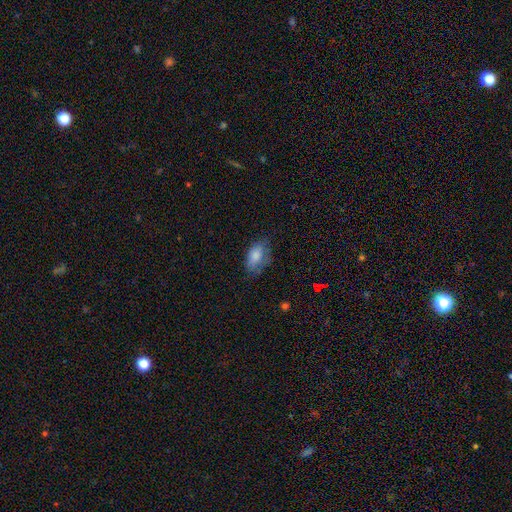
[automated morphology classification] Smooth or featured? Predicted: smooth (p=0.80). How rounded? Predicted: in between (p=0.91). Merging? Predicted: none (p=0.57).